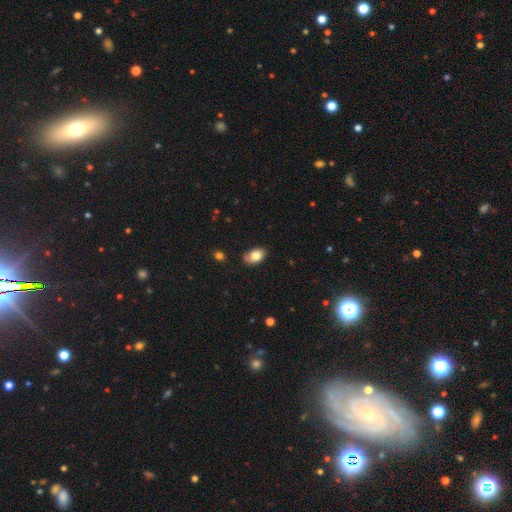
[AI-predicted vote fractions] Smooth or featured? Predicted: smooth (p=0.80). How rounded? Predicted: in between (p=0.90). Merging? Predicted: none (p=0.76).